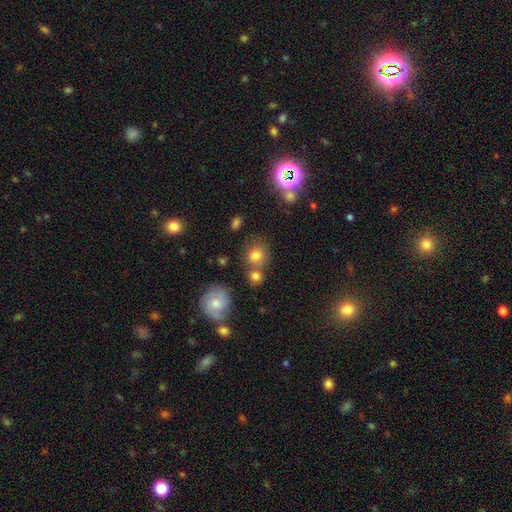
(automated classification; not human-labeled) Smooth or featured?
  - smooth: 73% *
  - star or artifact: 14%
  - featured or disk: 13%
How rounded?
  - round: 80% *
  - in between: 19%
  - cigar-shaped: 1%
Merging?
  - none: 62% *
  - merger: 21%
  - minor disturbance: 12%
  - major disturbance: 5%